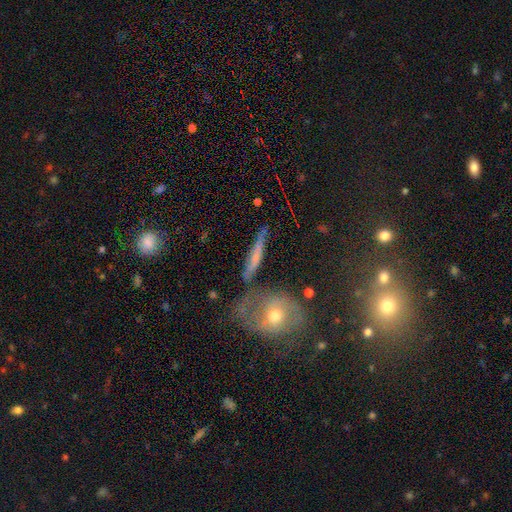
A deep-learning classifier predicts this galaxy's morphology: Smooth or featured? Predicted: featured or disk (p=0.44). Merging? Predicted: none (p=0.68).